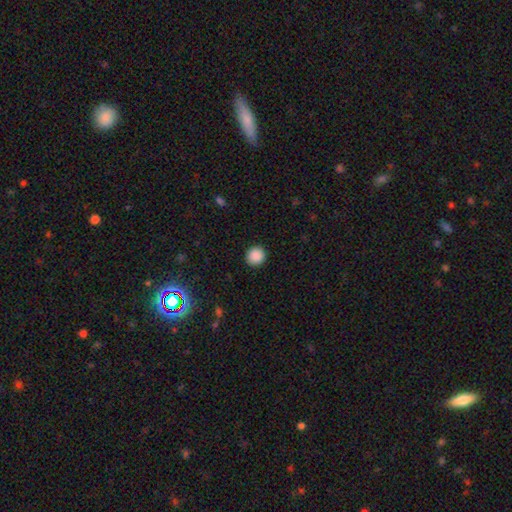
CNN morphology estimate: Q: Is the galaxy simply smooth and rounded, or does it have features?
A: smooth — 89%.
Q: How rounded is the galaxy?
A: round — 89%.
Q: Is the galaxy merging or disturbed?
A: none — 91%.